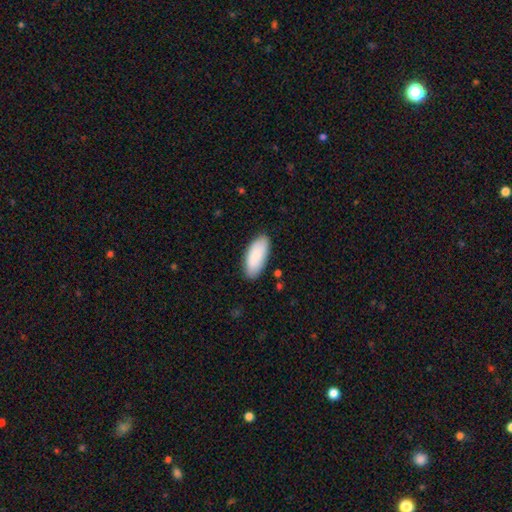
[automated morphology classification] A smooth galaxy with no disk features (88%) that is in between round and cigar-shaped (87%). Merging: none (85%).